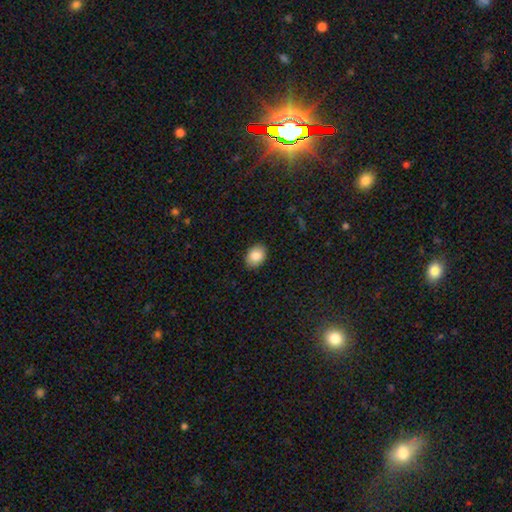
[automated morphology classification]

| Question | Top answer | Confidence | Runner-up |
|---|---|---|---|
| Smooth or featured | smooth | 87% | star or artifact (8%) |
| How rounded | in between | 73% | round (26%) |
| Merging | none | 89% | minor disturbance (9%) |